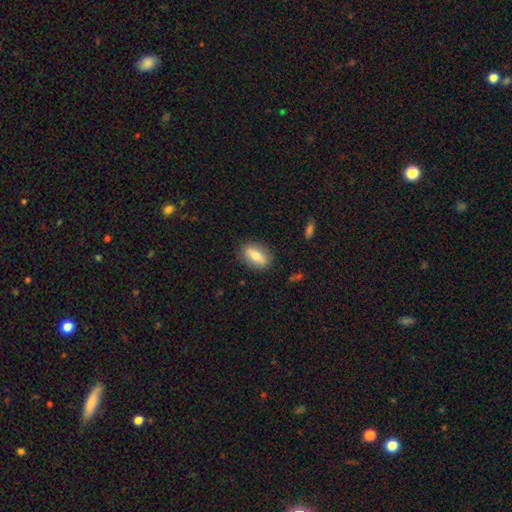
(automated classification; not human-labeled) The model was most divided on "smooth or featured": smooth: 71%, featured or disk: 22%, star or artifact: 7%. More confident: merging — none (85%); how rounded — in between (80%).